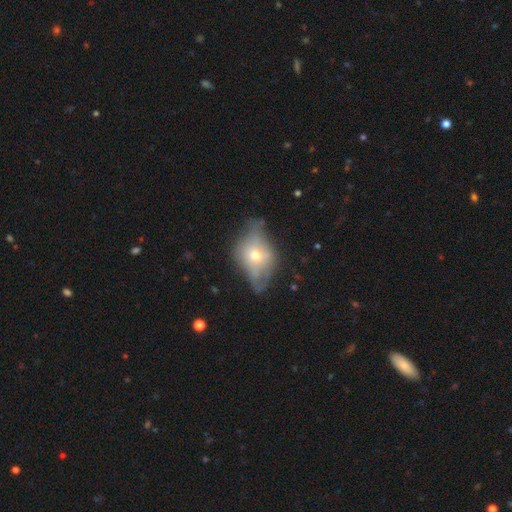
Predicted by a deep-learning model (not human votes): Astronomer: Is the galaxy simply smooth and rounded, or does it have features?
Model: featured or disk — 47% (runner-up: smooth, 42%).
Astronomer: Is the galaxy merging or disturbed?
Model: none — 43% (runner-up: minor disturbance, 33%).